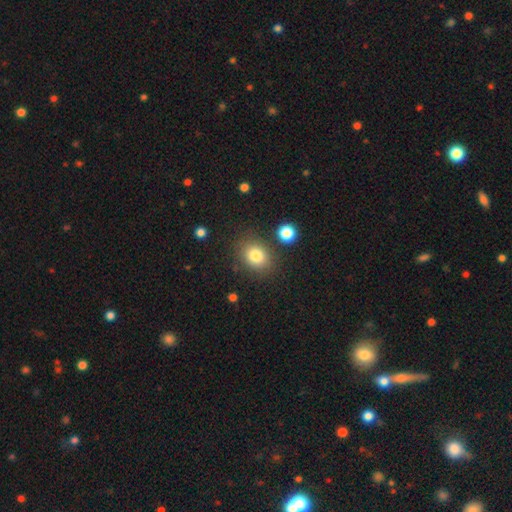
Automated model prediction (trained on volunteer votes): This appears to be a smooth galaxy with no disk features (81%) that is round (54%). Merging: none (80%).